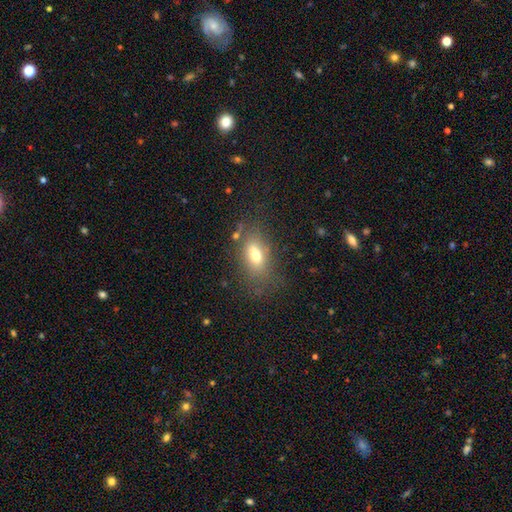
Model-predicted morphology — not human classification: This is likely a smooth galaxy (67%). How rounded: clearly in between (81%). Merging: likely none (69%).